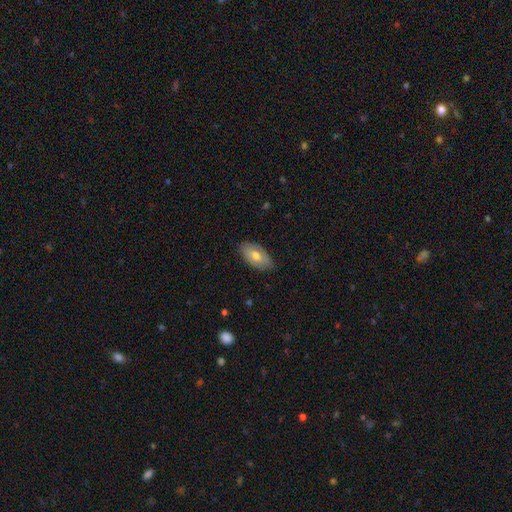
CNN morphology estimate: A smooth galaxy with no disk features (65%) that is in between round and cigar-shaped (93%).

Vote fractions:
- Smooth or featured? smooth: 65% / featured or disk: 28% / star or artifact: 6%
- How rounded? in between: 93% / round: 4% / cigar-shaped: 2%
- Merging? none: 78% / minor disturbance: 18% / major disturbance: 3% / merger: 1%